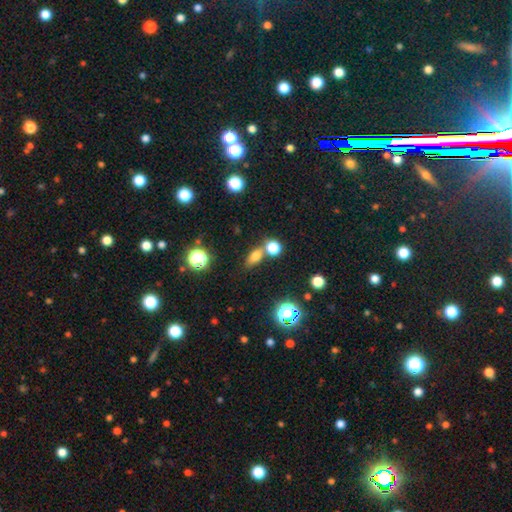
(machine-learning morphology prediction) This appears to be a smooth galaxy with no disk features (70%) that is in between round and cigar-shaped (68%). Merging: none (61%).